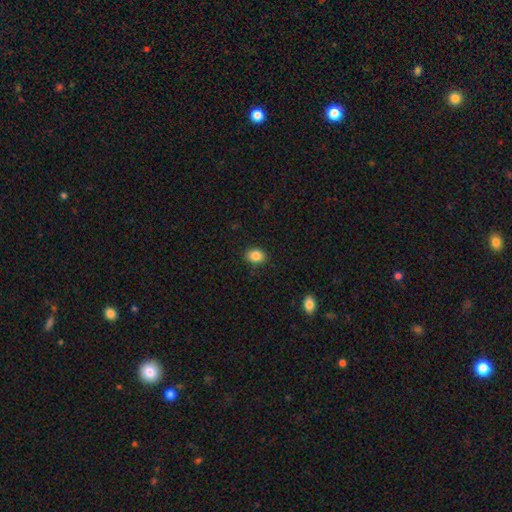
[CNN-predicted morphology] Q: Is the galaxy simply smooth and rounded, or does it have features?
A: smooth — 86%.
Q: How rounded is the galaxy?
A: in between — 68%.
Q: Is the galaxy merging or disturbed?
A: none — 88%.